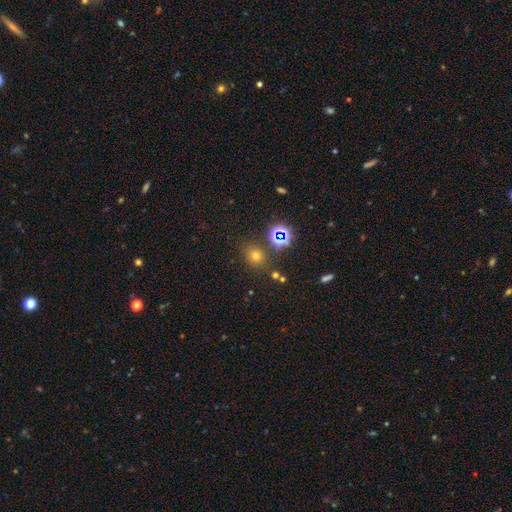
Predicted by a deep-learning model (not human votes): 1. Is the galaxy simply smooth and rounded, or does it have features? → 60% smooth, 32% star or artifact, 8% featured or disk.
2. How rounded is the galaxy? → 71% round, 28% in between, 1% cigar-shaped.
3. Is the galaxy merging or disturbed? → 79% none, 10% minor disturbance, 6% merger, 4% major disturbance.